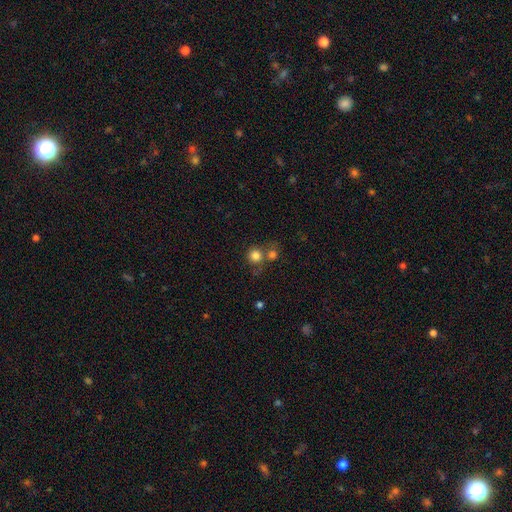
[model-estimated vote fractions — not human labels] Morphology: type=smooth (81%); roundness=round (91%); merging=none (54%).